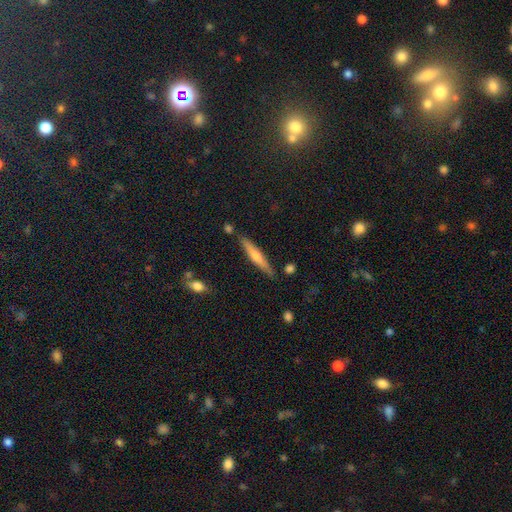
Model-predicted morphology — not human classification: Smooth or featured? featured or disk (48%)
Merging? none (86%)